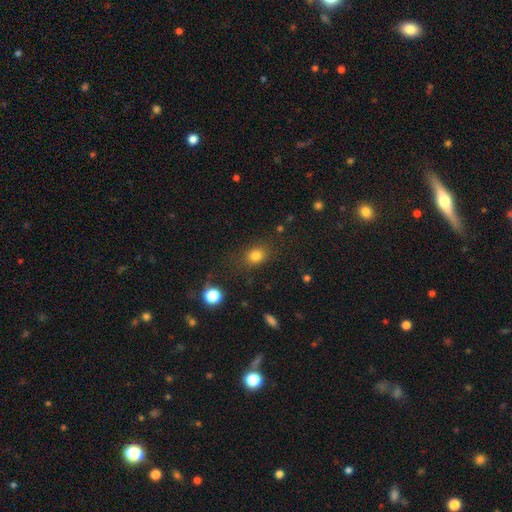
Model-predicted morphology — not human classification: A smooth galaxy with no disk features (80%) that is round (53%). Merging: none (77%).